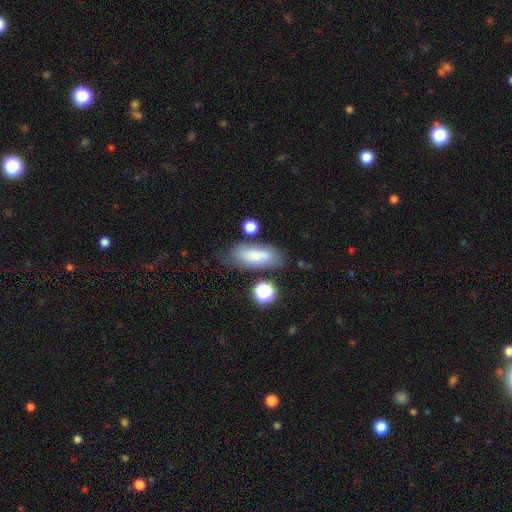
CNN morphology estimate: This is likely a smooth galaxy (74%). How rounded: likely in between (73%). Merging: likely none (64%).